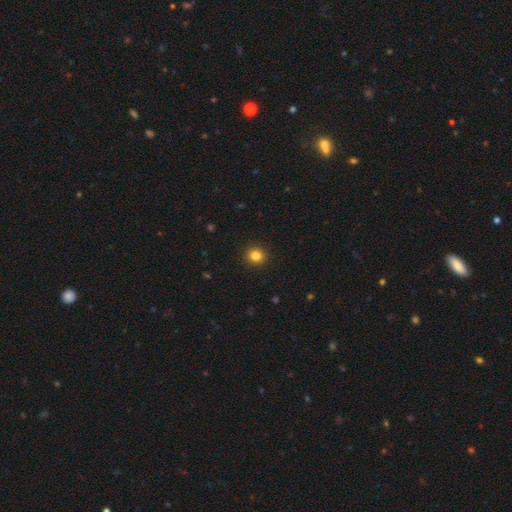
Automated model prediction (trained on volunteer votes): This appears to be a smooth galaxy with no disk features (84%) that is round (88%). Merging: none (93%).